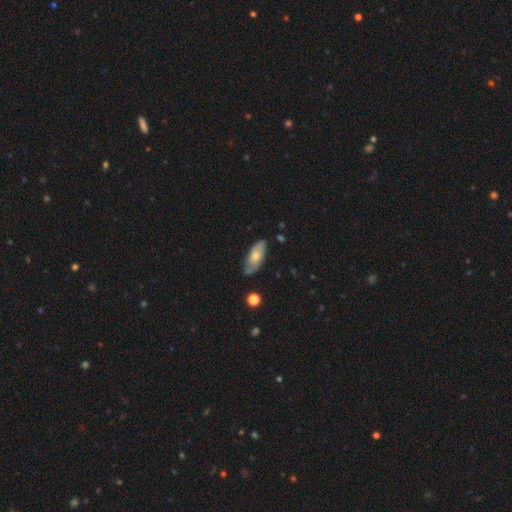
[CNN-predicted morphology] The model was most divided on "smooth or featured": smooth: 56%, featured or disk: 38%, star or artifact: 6%. More confident: how rounded — in between (80%); merging — none (74%).